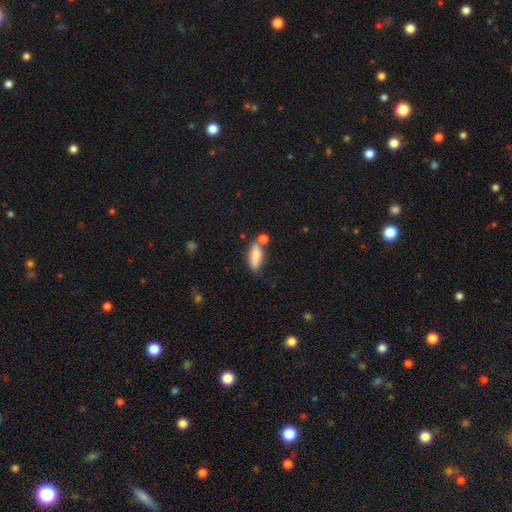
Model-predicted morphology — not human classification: Smooth or featured: smooth — 76% (featured or disk — 16%)
How rounded: in between — 57% (cigar-shaped — 39%)
Merging: none — 45% (minor disturbance — 23%)